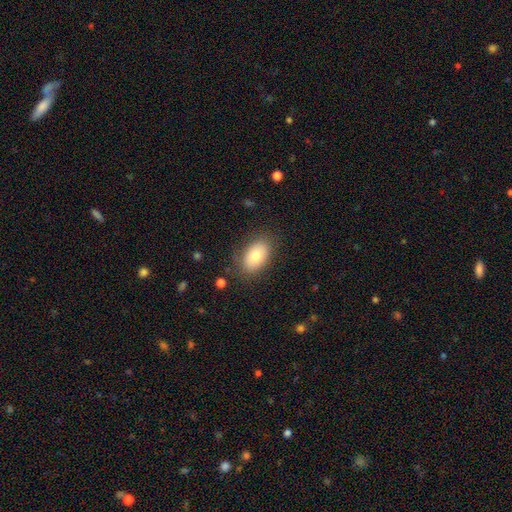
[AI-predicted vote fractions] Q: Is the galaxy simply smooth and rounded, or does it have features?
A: smooth — 77%.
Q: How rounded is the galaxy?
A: in between — 88%.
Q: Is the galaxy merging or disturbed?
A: none — 82%.